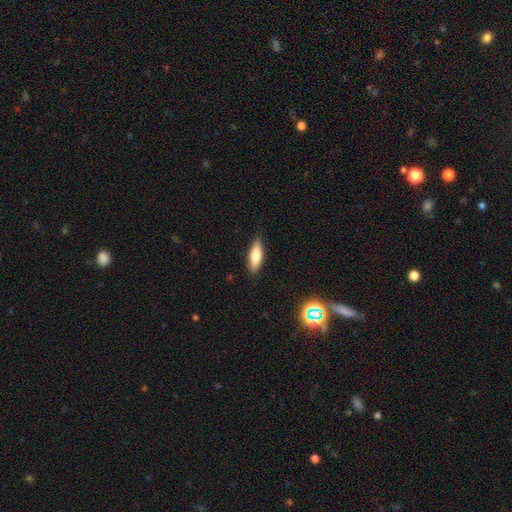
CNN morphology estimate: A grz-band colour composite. It shows a smooth galaxy with no disk features (76%) that is in between round and cigar-shaped (50%). Merging: none (87%).